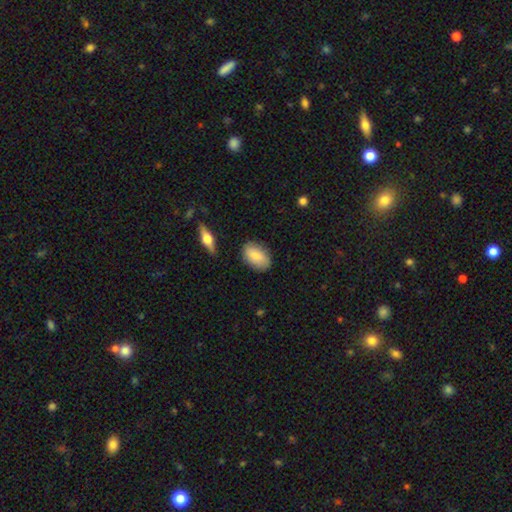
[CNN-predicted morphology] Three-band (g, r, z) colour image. It shows a smooth galaxy with no disk features (81%) that is in between round and cigar-shaped (91%). Merging: none (82%).